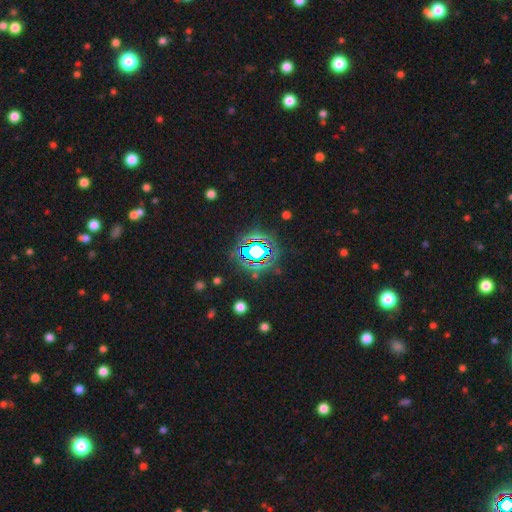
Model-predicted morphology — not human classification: A star or artifact, not a galaxy (69%).

Vote fractions:
- Smooth or featured? star or artifact: 69% / smooth: 19% / featured or disk: 13%